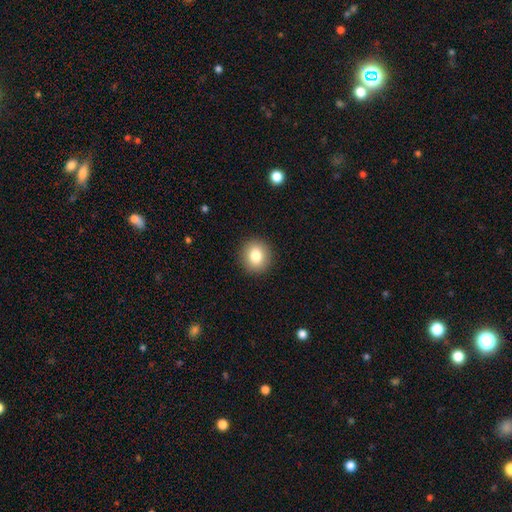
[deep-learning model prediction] Smooth or featured?
  - smooth: 82% *
  - star or artifact: 9%
  - featured or disk: 9%
How rounded?
  - round: 83% *
  - in between: 16%
  - cigar-shaped: 1%
Merging?
  - none: 91% *
  - minor disturbance: 6%
  - major disturbance: 2%
  - merger: 1%